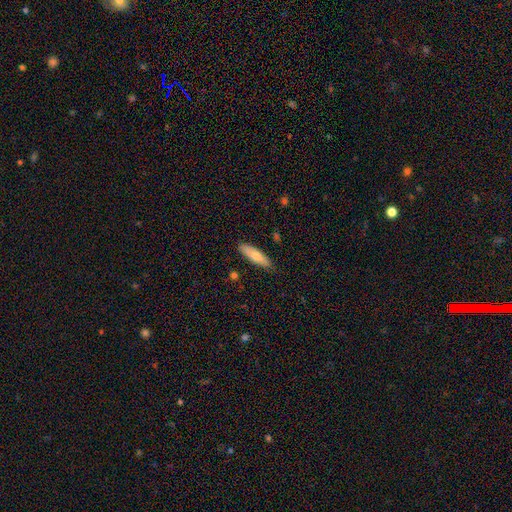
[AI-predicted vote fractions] A smooth galaxy with no disk features (72%) that is cigar-shaped (59%). Merging: none (85%).